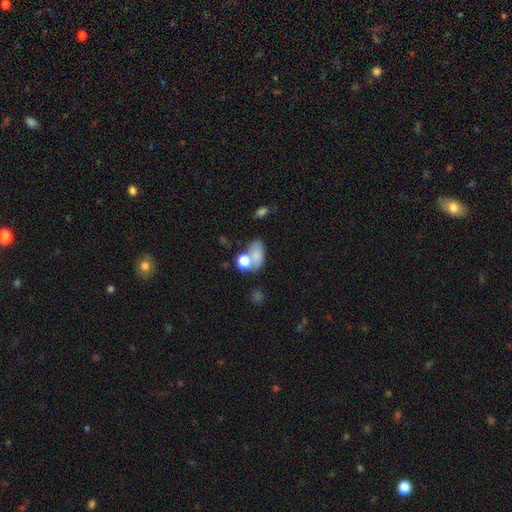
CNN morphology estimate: Smooth or featured: smooth — 74% (featured or disk — 14%)
How rounded: in between — 80% (round — 18%)
Merging: none — 38% (merger — 37%)